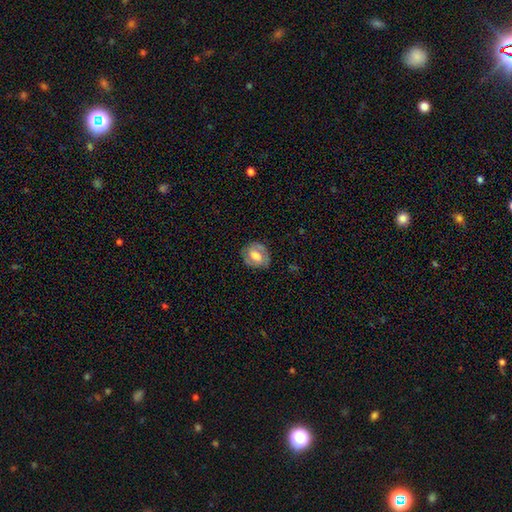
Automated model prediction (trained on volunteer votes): Overall: featured or disk (52%; smooth 41%). Edge-on disk: no (95%). Merging: none (75%).